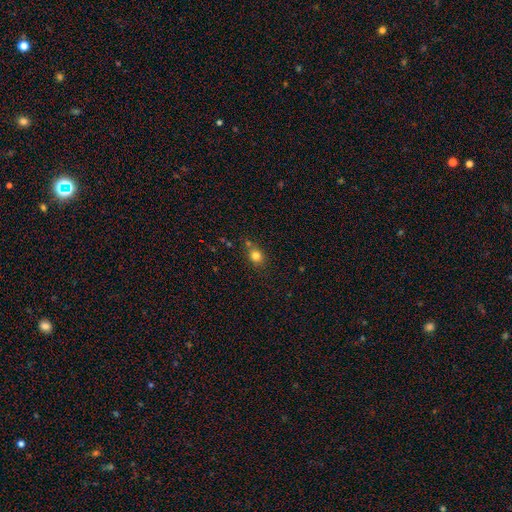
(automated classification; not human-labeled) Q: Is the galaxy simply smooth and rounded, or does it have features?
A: smooth — 80%.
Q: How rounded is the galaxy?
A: round — 66%.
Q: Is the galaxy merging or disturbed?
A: none — 69%.